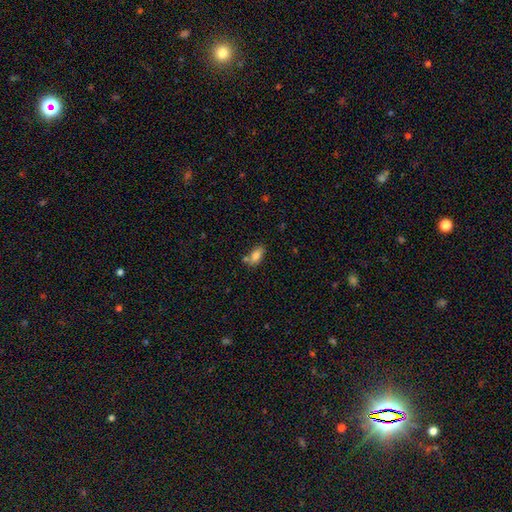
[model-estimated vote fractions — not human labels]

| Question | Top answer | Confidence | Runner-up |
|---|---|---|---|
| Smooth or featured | smooth | 82% | featured or disk (10%) |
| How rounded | in between | 89% | cigar-shaped (6%) |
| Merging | none | 59% | merger (19%) |